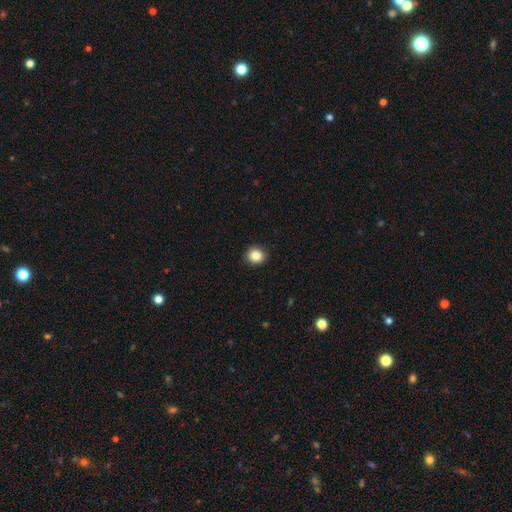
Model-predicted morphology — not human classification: The model was most divided on "how rounded": round: 85%, in between: 14%, cigar-shaped: 1%. More confident: merging — none (92%); smooth or featured — smooth (85%).